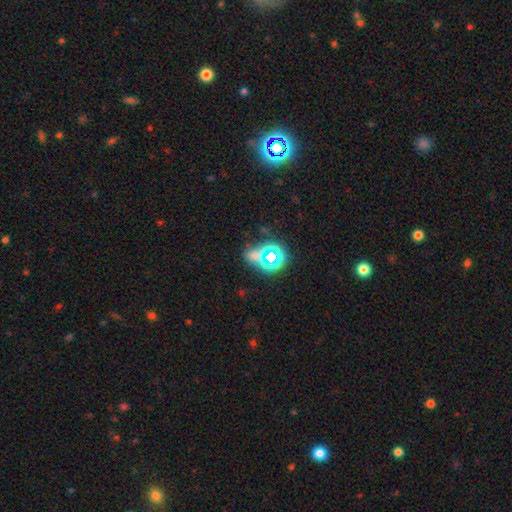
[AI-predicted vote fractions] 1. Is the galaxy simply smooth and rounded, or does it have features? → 56% star or artifact, 33% smooth, 11% featured or disk.